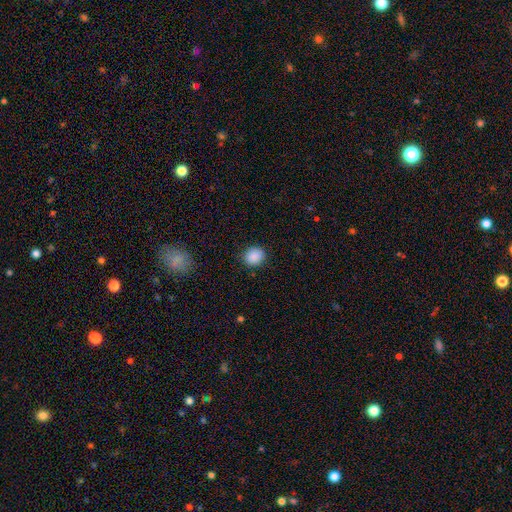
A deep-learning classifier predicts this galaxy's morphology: smooth-or-featured: smooth: 89% | star or artifact: 9% | featured or disk: 3%
  how-rounded: round: 73% | in between: 26% | cigar-shaped: 1%
  merging: none: 87% | minor disturbance: 9% | major disturbance: 3% | merger: 1%